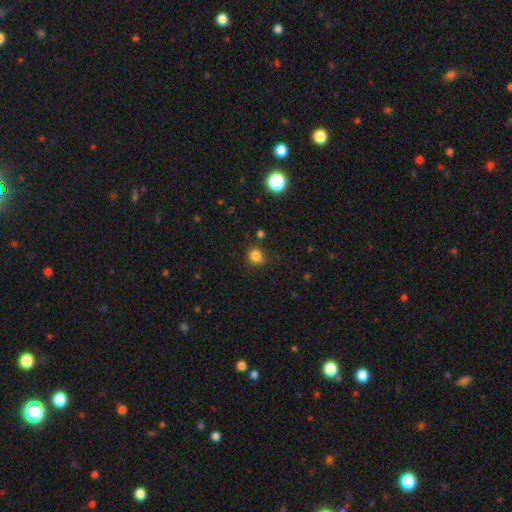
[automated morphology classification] A smooth galaxy with no disk features (82%) that is round (79%).

Vote fractions:
- Smooth or featured? smooth: 82% / star or artifact: 13% / featured or disk: 5%
- How rounded? round: 79% / in between: 20% / cigar-shaped: 1%
- Merging? none: 80% / minor disturbance: 14% / major disturbance: 3% / merger: 3%